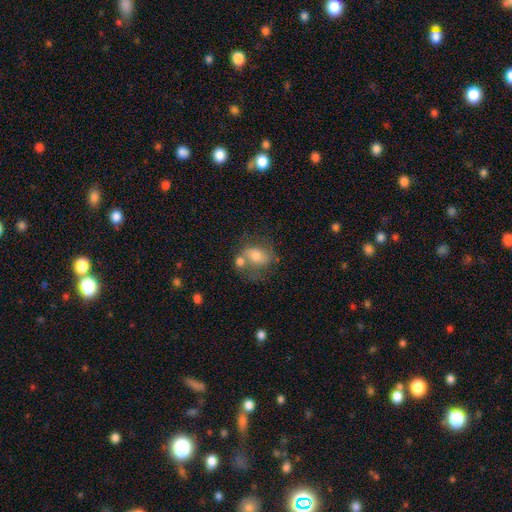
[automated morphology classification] Q: Smooth or featured?
A: smooth (54%); runner-up: featured or disk (35%)
Q: How rounded?
A: in between (61%); runner-up: round (37%)
Q: Merging?
A: none (39%); runner-up: merger (28%)